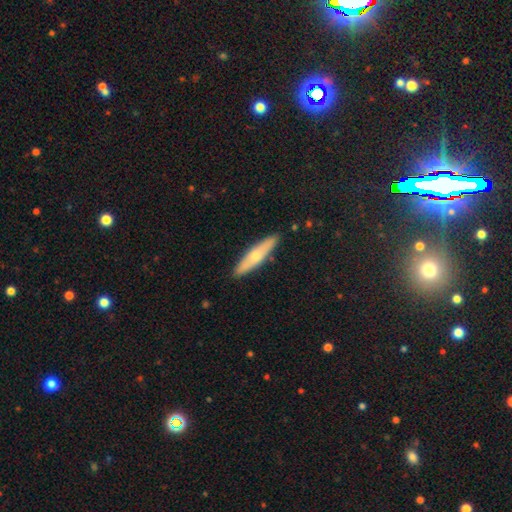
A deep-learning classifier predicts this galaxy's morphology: A smooth galaxy with no disk features (56%) that is cigar-shaped (80%).

Vote fractions:
- Smooth or featured? smooth: 56% / featured or disk: 38% / star or artifact: 6%
- How rounded? cigar-shaped: 80% / in between: 18% / round: 2%
- Merging? none: 88% / minor disturbance: 9% / major disturbance: 2% / merger: 1%